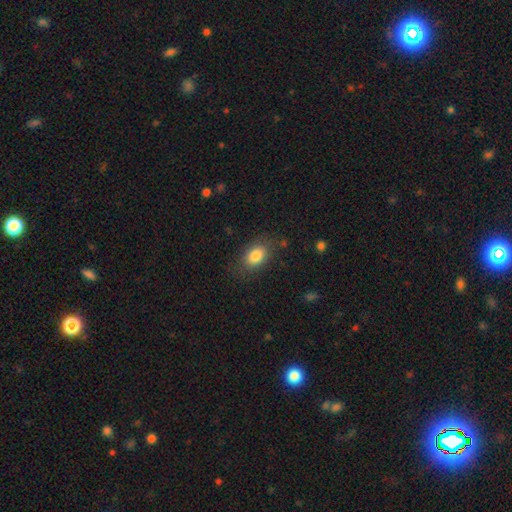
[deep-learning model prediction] A smooth galaxy with no disk features (83%) that is in between round and cigar-shaped (84%).

Vote fractions:
- Smooth or featured? smooth: 83% / featured or disk: 9% / star or artifact: 8%
- How rounded? in between: 84% / round: 14% / cigar-shaped: 2%
- Merging? none: 80% / minor disturbance: 14% / major disturbance: 4% / merger: 1%